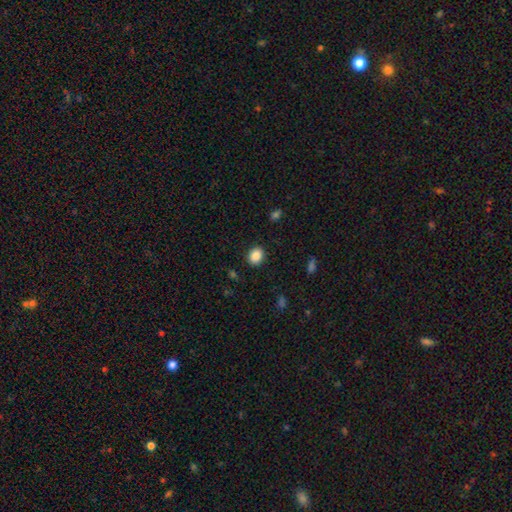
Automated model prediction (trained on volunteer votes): Smooth or featured? Predicted: smooth (p=0.88). How rounded? Predicted: round (p=0.59). Merging? Predicted: none (p=0.89).